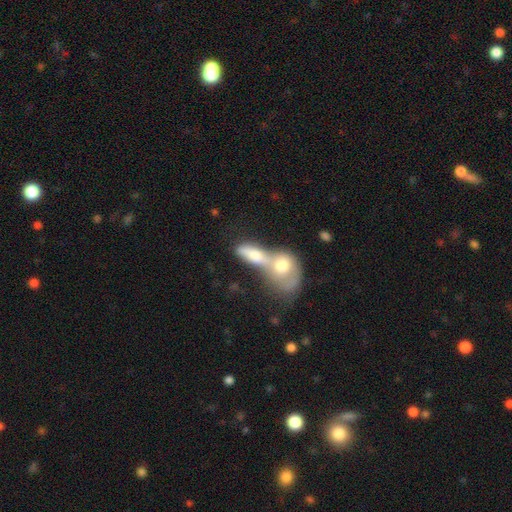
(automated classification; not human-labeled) Smooth or featured? smooth (61%)
How rounded? in between (66%)
Merging? merger (79%)